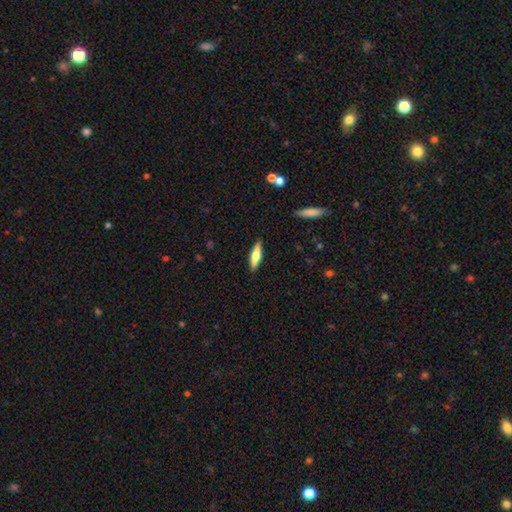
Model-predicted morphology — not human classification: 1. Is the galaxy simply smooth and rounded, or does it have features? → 57% smooth, 37% featured or disk, 6% star or artifact.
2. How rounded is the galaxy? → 65% cigar-shaped, 33% in between, 2% round.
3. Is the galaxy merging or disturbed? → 89% none, 8% minor disturbance, 2% major disturbance, 1% merger.